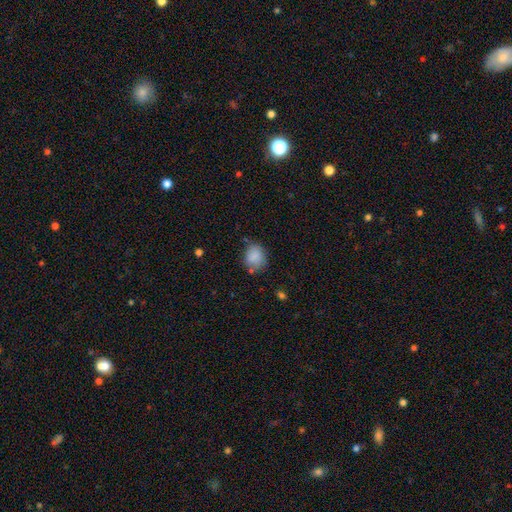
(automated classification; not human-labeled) Smooth or featured: smooth — 84% (star or artifact — 9%)
How rounded: round — 56% (in between — 43%)
Merging: none — 65% (minor disturbance — 23%)